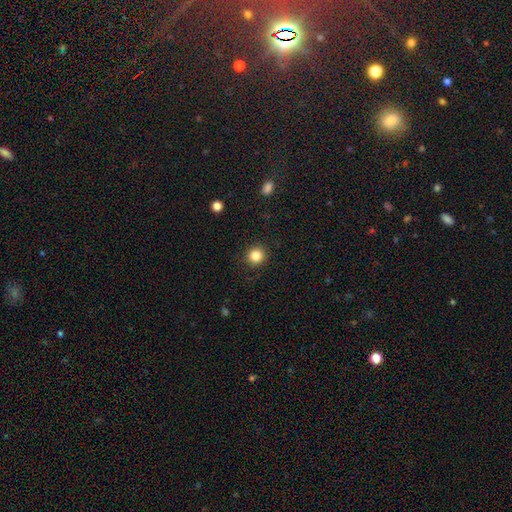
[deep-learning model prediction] Overall: smooth (84%). How rounded: round (92%). Merging: none (91%).